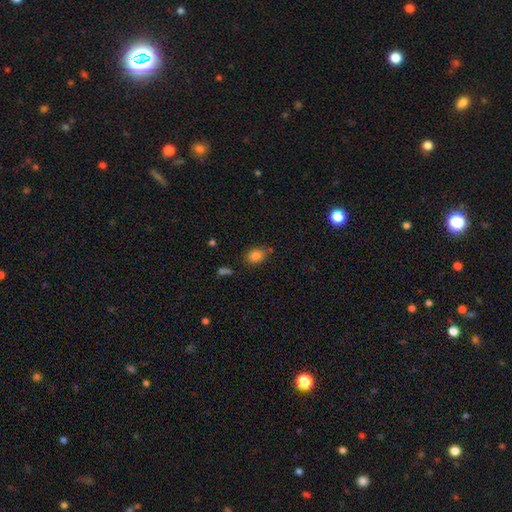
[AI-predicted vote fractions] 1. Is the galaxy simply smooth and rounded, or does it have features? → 83% smooth, 11% star or artifact, 6% featured or disk.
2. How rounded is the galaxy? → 62% in between, 37% round, 1% cigar-shaped.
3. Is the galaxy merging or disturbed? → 72% none, 17% minor disturbance, 7% merger, 4% major disturbance.